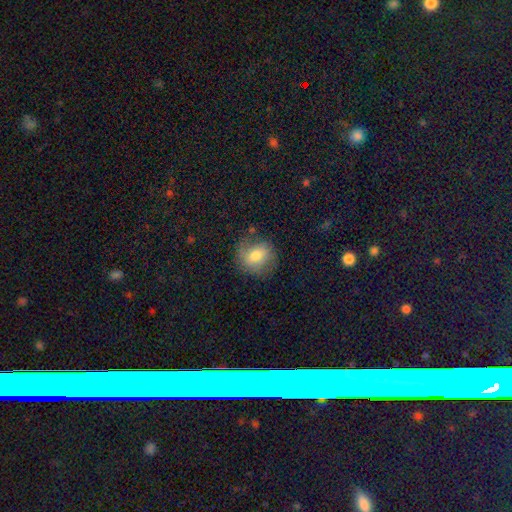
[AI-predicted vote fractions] Morphology: type=smooth (70%); roundness=round (71%); merging=none (69%).